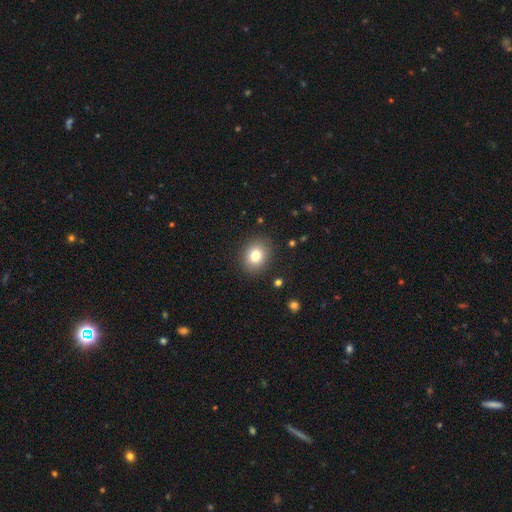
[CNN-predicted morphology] smooth 78%, star or artifact 12%, featured or disk 10%. Down the decision tree: how rounded — round (60%); merging — none (88%).